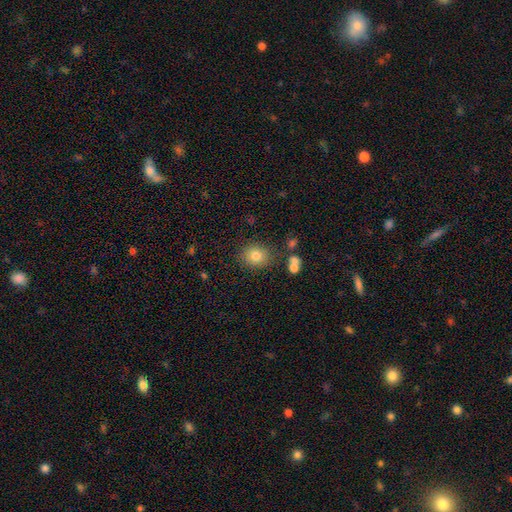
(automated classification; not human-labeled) This is clearly a smooth galaxy (81%). How rounded: likely round (72%). Merging: clearly none (82%).